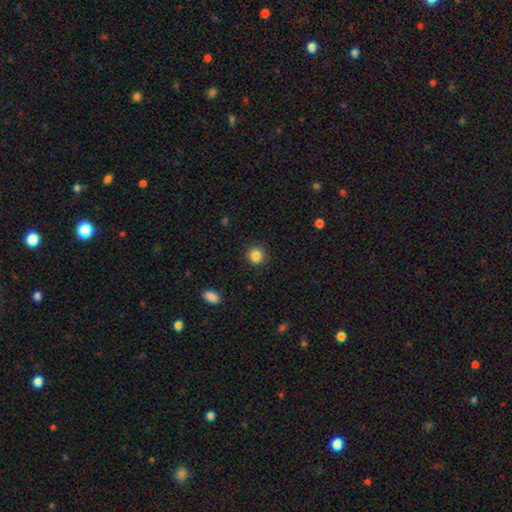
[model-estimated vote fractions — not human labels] This is clearly a smooth galaxy (85%). How rounded: clearly round (90%). Merging: clearly none (90%).